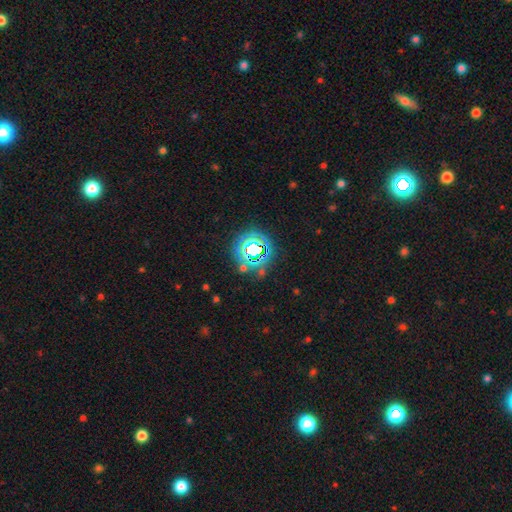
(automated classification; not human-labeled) Smooth or featured: star or artifact — 72% (smooth — 18%)